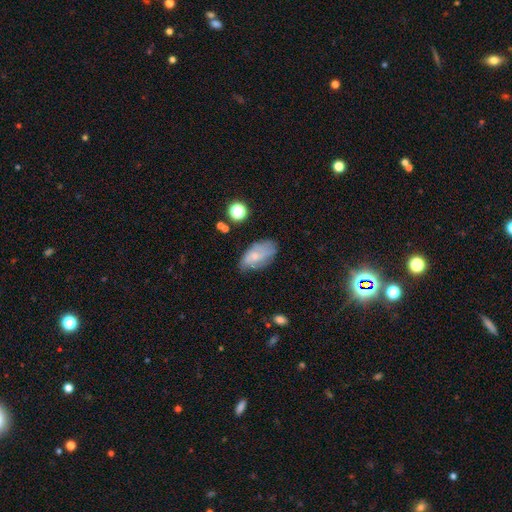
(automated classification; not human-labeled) Smooth or featured?
  - smooth: 56% *
  - featured or disk: 35%
  - star or artifact: 9%
How rounded?
  - in between: 92% *
  - round: 5%
  - cigar-shaped: 3%
Merging?
  - none: 60% *
  - minor disturbance: 29%
  - major disturbance: 9%
  - merger: 3%